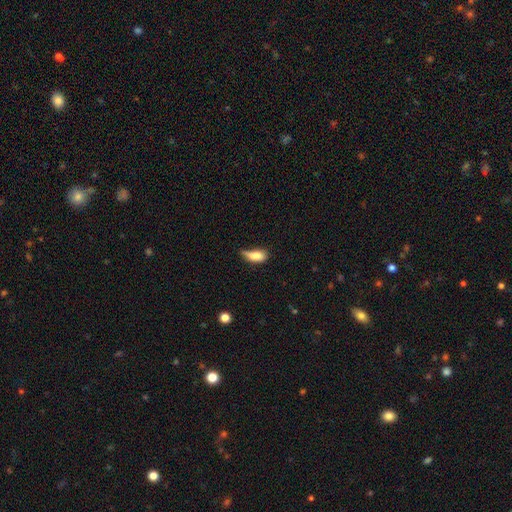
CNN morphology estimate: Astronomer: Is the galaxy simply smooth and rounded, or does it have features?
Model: smooth — 79%.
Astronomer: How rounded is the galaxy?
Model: in between — 84%.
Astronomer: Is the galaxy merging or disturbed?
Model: minor disturbance — 42% (runner-up: none, 29%).